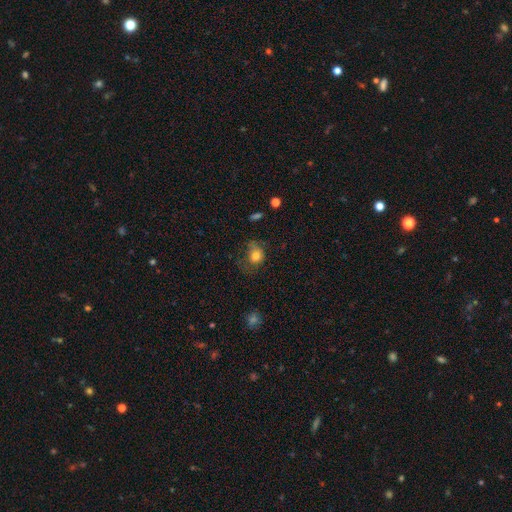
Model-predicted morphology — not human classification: A smooth galaxy with no disk features (76%) that is round (57%). Merging: none (38%).